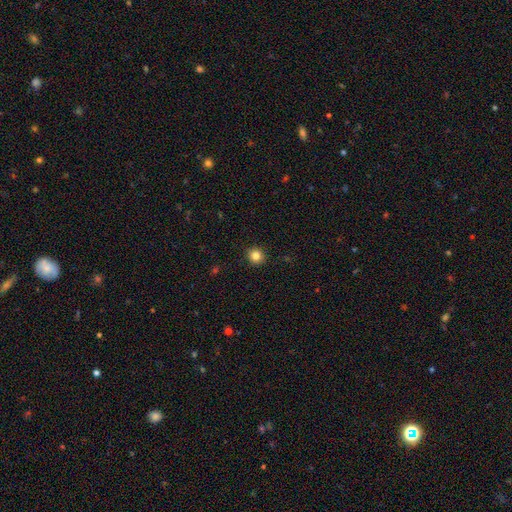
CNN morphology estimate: A smooth galaxy with no disk features (84%) that is round (91%). Merging: none (92%).